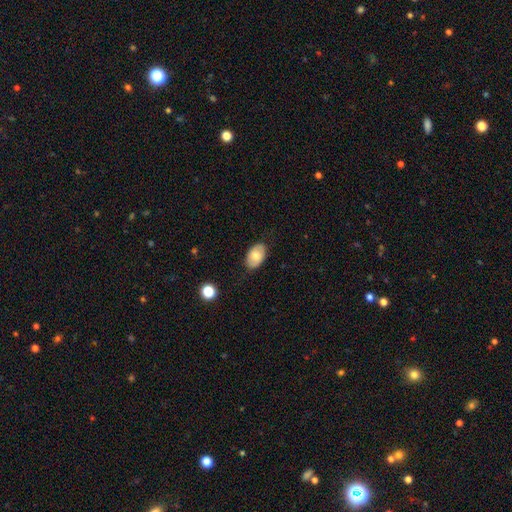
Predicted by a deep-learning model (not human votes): smooth-or-featured: smooth: 70% | featured or disk: 23% | star or artifact: 7%
  how-rounded: in between: 90% | round: 9% | cigar-shaped: 1%
  merging: none: 82% | minor disturbance: 14% | major disturbance: 3% | merger: 1%